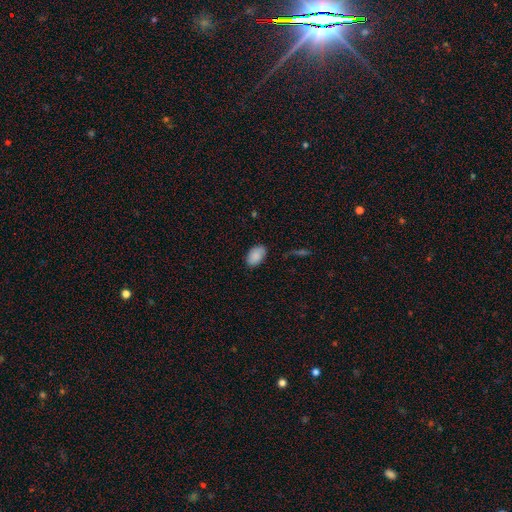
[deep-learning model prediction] This is clearly a smooth galaxy (86%). How rounded: clearly in between (92%). Merging: clearly none (82%).